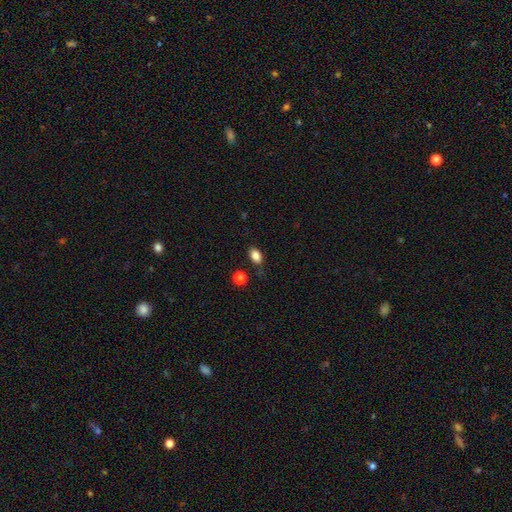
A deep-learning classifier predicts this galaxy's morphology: Smooth or featured?
  - smooth: 85% *
  - star or artifact: 10%
  - featured or disk: 5%
How rounded?
  - in between: 85% *
  - round: 13%
  - cigar-shaped: 2%
Merging?
  - none: 78% *
  - minor disturbance: 15%
  - major disturbance: 4%
  - merger: 4%